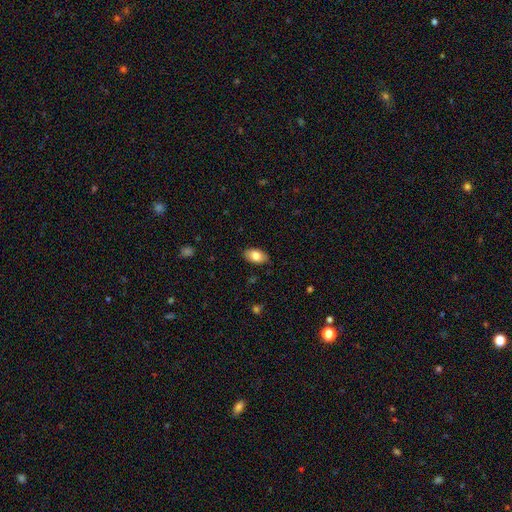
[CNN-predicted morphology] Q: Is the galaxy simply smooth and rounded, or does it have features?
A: smooth — 81%.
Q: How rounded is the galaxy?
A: in between — 94%.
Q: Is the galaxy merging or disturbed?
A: none — 87%.